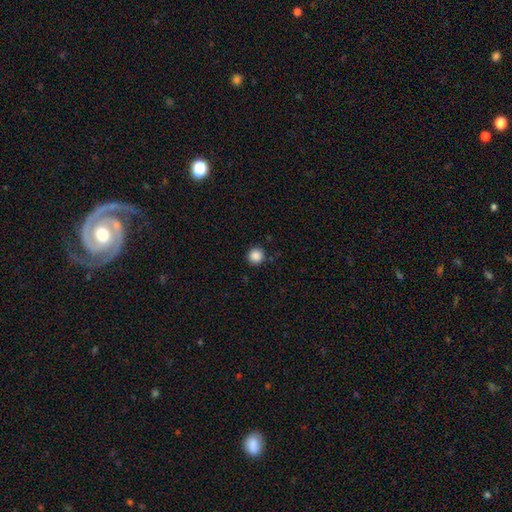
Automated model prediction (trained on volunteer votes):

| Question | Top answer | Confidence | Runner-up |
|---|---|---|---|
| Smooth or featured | smooth | 87% | star or artifact (10%) |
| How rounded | round | 94% | in between (5%) |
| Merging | none | 90% | minor disturbance (6%) |